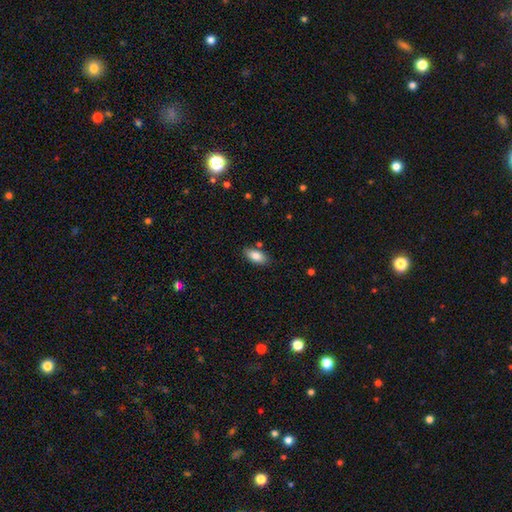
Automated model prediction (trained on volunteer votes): A smooth galaxy with no disk features (85%) that is in between round and cigar-shaped (90%). Merging: none (82%).